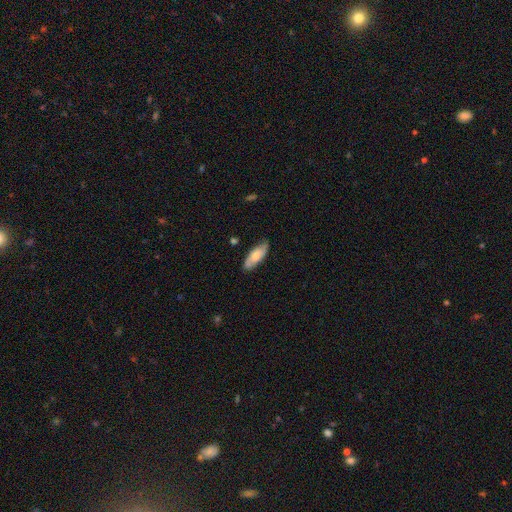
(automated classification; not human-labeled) This appears to be a smooth galaxy with no disk features (56%) that is in between round and cigar-shaped (70%). Merging: none (80%).